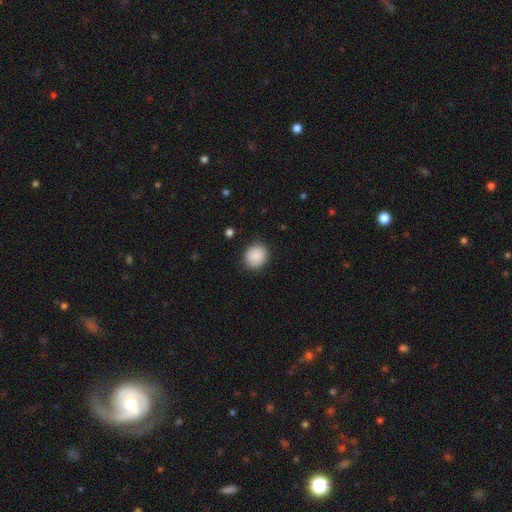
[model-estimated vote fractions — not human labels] A smooth galaxy with no disk features (89%) that is round (76%). Merging: none (88%).